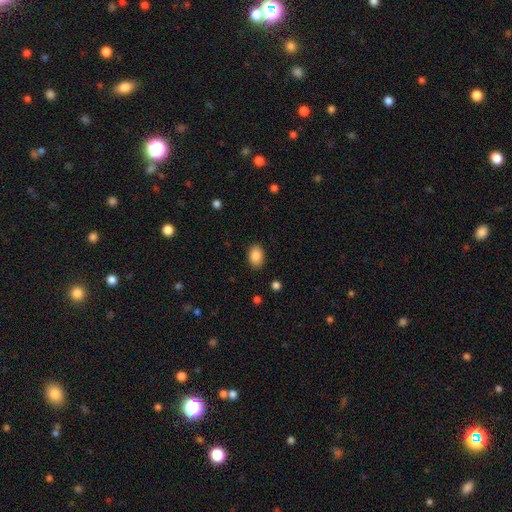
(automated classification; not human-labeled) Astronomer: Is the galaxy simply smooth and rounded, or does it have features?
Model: smooth — 88%.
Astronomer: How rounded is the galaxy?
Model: in between — 80%.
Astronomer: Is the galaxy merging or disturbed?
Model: none — 88%.